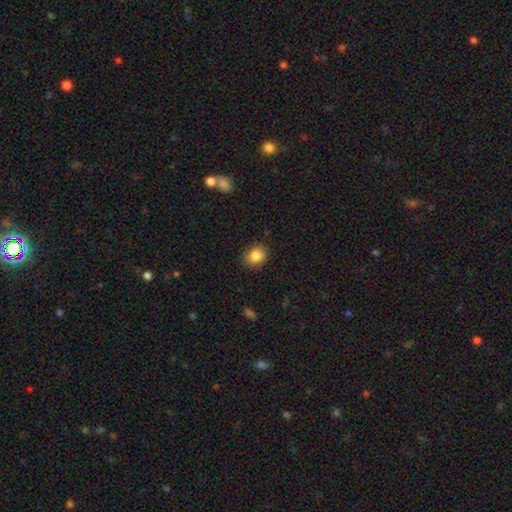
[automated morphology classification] This appears to be a smooth galaxy with no disk features (85%) that is round (62%). Merging: none (84%).